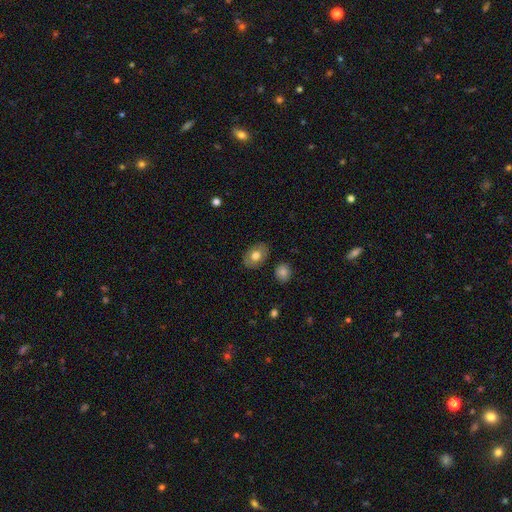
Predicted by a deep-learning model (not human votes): Smooth or featured?
  - smooth: 72% *
  - featured or disk: 21%
  - star or artifact: 7%
How rounded?
  - in between: 82% *
  - round: 17%
  - cigar-shaped: 1%
Merging?
  - none: 85% *
  - minor disturbance: 10%
  - major disturbance: 3%
  - merger: 2%